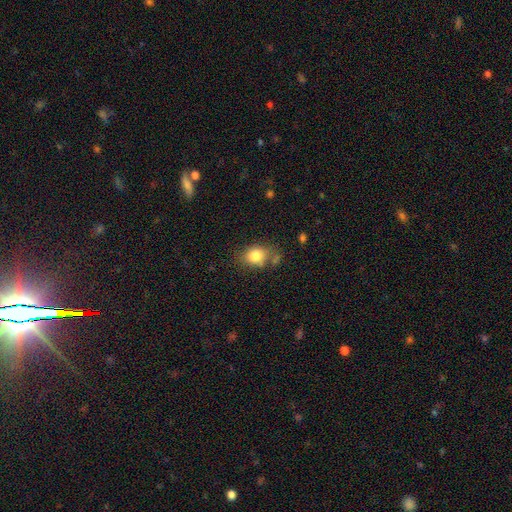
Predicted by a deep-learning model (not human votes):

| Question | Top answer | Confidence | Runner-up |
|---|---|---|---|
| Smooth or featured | smooth | 81% | star or artifact (9%) |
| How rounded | in between | 54% | round (45%) |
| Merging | none | 64% | minor disturbance (21%) |